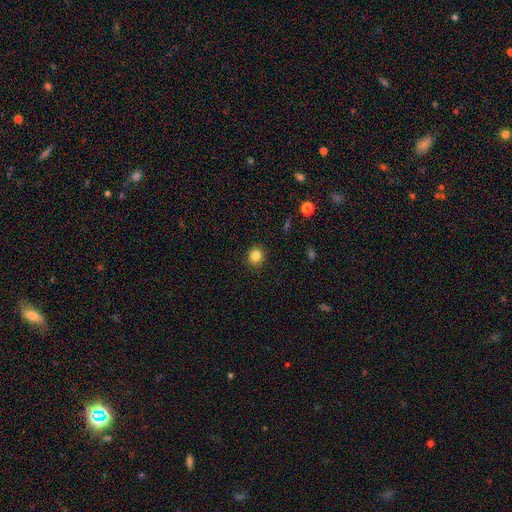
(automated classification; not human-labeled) Q: Smooth or featured?
A: smooth (84%); runner-up: star or artifact (11%)
Q: How rounded?
A: round (83%); runner-up: in between (16%)
Q: Merging?
A: none (91%); runner-up: minor disturbance (6%)